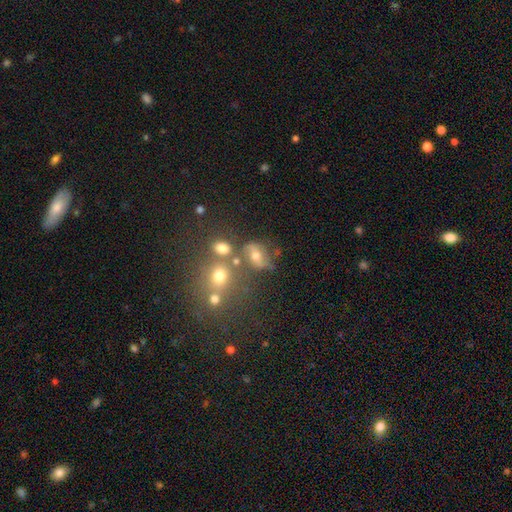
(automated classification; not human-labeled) smooth-or-featured: smooth: 48% | featured or disk: 31% | star or artifact: 21%
  merging: none: 50% | merger: 20% | minor disturbance: 19% | major disturbance: 12%